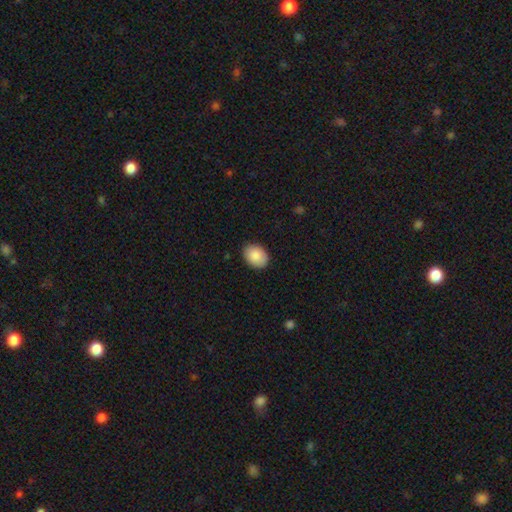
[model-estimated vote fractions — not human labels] The model was most divided on "how rounded": in between: 67%, round: 32%, cigar-shaped: 1%. More confident: smooth or featured — smooth (88%); merging — none (88%).